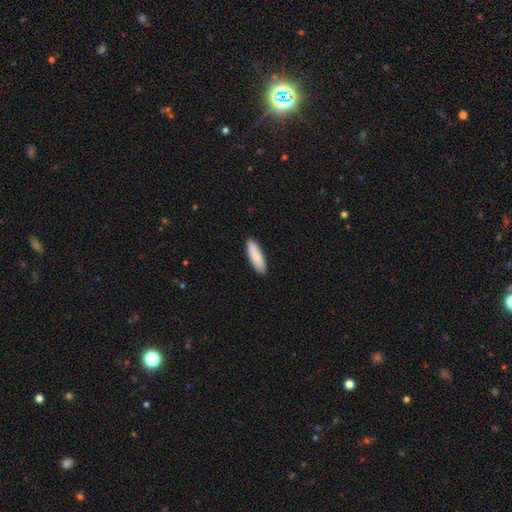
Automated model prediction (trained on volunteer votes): Smooth or featured? Predicted: smooth (p=0.86). How rounded? Predicted: in between (p=0.51). Merging? Predicted: none (p=0.89).